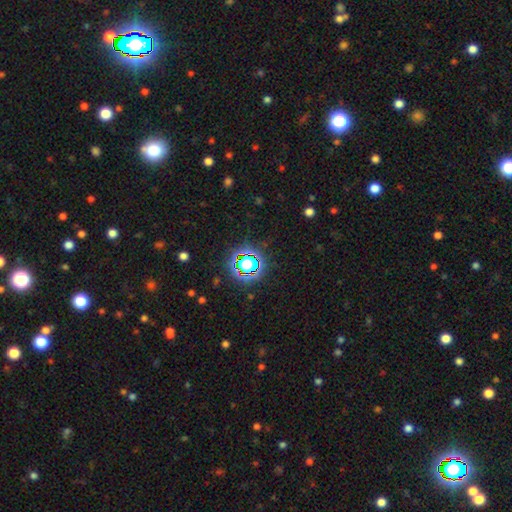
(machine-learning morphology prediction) Smooth or featured? Predicted: star or artifact (p=0.78).